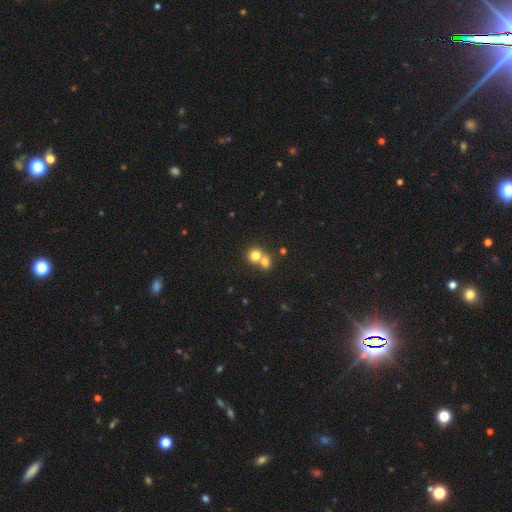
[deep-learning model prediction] A smooth galaxy with no disk features (75%) that is round (77%). Merging: merger (58%).